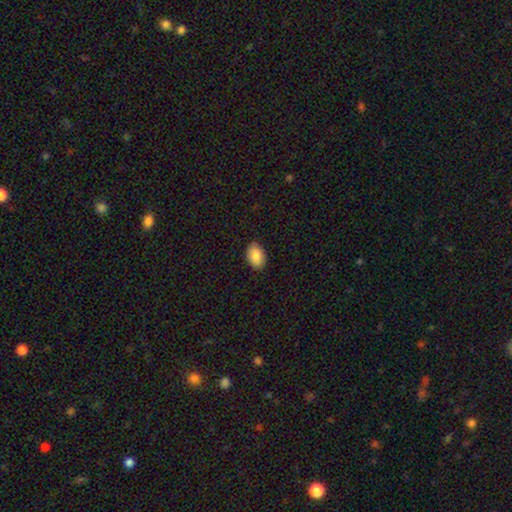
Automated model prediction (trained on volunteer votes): Smooth or featured? Predicted: smooth (p=0.88). How rounded? Predicted: in between (p=0.90). Merging? Predicted: none (p=0.89).